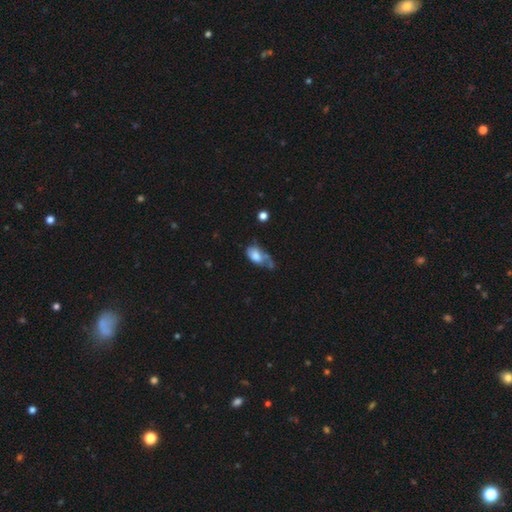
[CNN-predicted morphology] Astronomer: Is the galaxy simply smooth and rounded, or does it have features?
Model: smooth — 70%.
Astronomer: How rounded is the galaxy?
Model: in between — 88%.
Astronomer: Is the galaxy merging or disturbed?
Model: major disturbance — 29% (runner-up: minor disturbance, 28%).